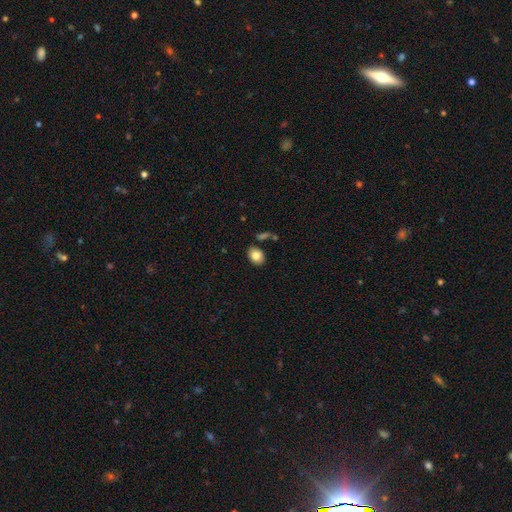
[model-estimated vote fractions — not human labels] Smooth or featured? smooth (82%)
How rounded? in between (75%)
Merging? none (82%)